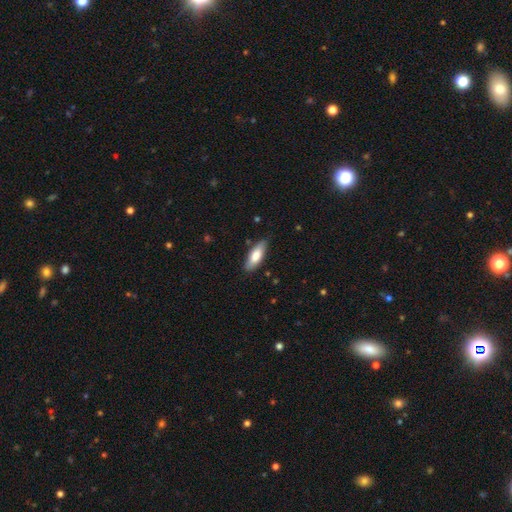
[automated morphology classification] type=smooth (77%); roundness=in between (68%); merging=none (81%).